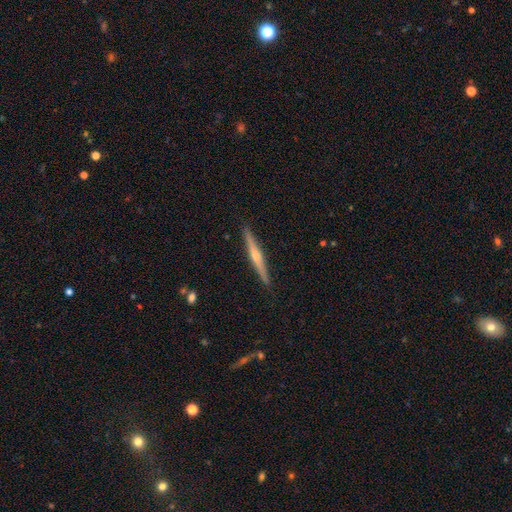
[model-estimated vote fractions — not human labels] Morphology: type=featured or disk (77%); edge-on=yes (98%); edge-on bulge=rounded (88%); merging=none (92%).